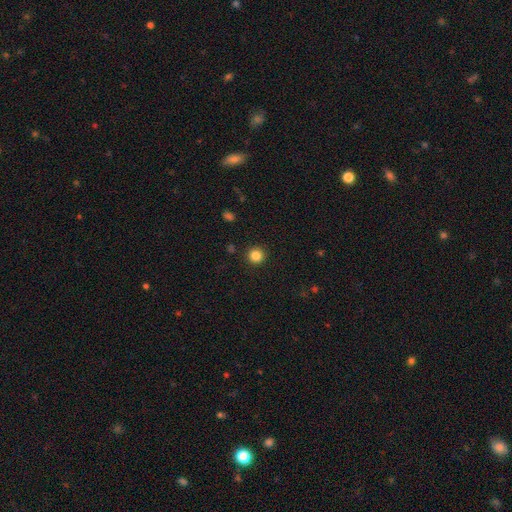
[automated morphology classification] Smooth or featured?
  - smooth: 85% *
  - star or artifact: 11%
  - featured or disk: 4%
How rounded?
  - round: 94% *
  - in between: 5%
  - cigar-shaped: 1%
Merging?
  - none: 92% *
  - minor disturbance: 5%
  - major disturbance: 2%
  - merger: 1%